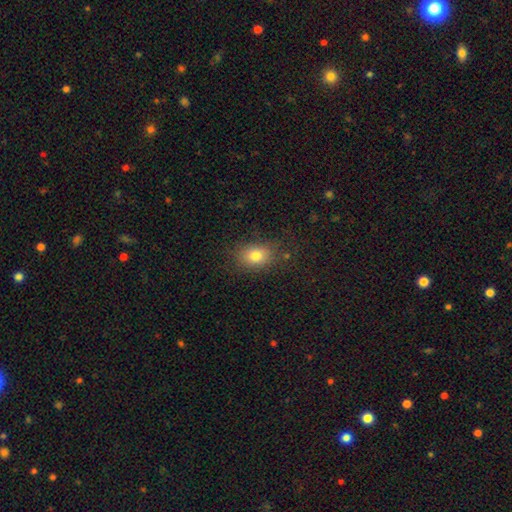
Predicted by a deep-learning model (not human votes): Smooth or featured?
  - smooth: 78% *
  - star or artifact: 12%
  - featured or disk: 10%
How rounded?
  - in between: 68% *
  - round: 30%
  - cigar-shaped: 1%
Merging?
  - none: 79% *
  - minor disturbance: 14%
  - major disturbance: 6%
  - merger: 2%